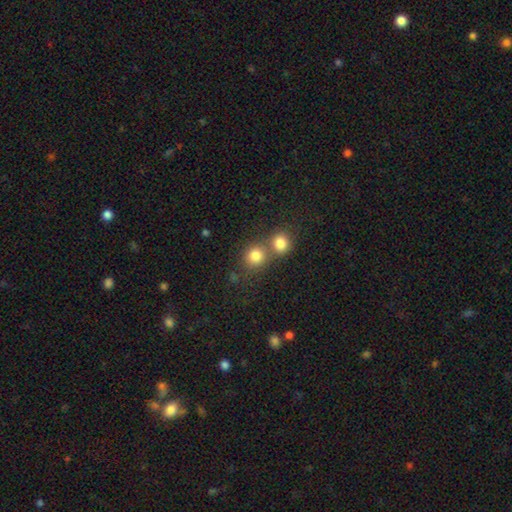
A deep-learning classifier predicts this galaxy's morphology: type=smooth (81%); roundness=round (85%); merging=none (50%).